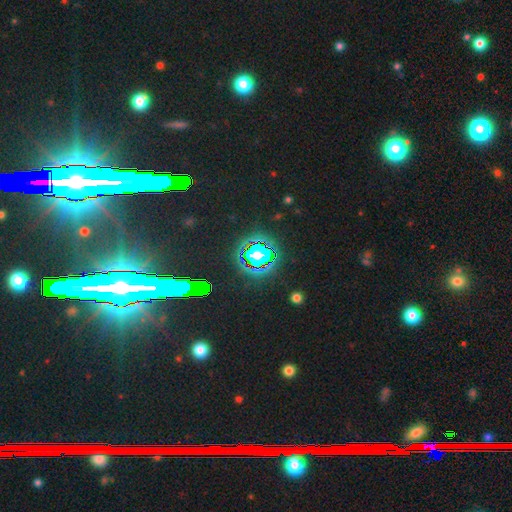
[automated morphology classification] smooth-or-featured: star or artifact: 82% | featured or disk: 9% | smooth: 9%